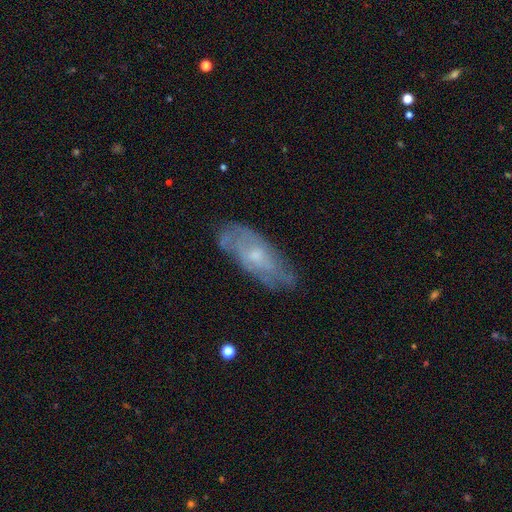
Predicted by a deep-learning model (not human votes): featured or disk 60%, smooth 33%, star or artifact 7%. Down the decision tree: edge-on disk — no (84%); merging — none (67%).